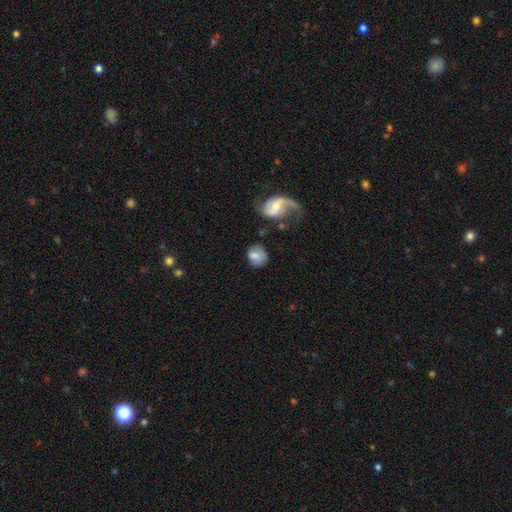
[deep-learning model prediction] A smooth galaxy with no disk features (69%) that is round (61%). Merging: none (56%).